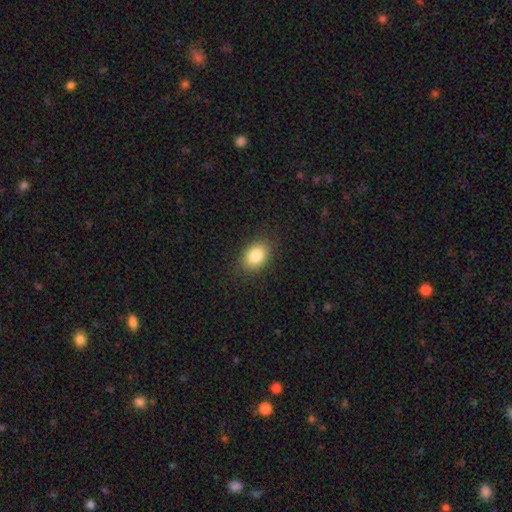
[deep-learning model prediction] Smooth or featured: smooth — 83% (star or artifact — 9%)
How rounded: in between — 77% (round — 22%)
Merging: none — 87% (minor disturbance — 10%)